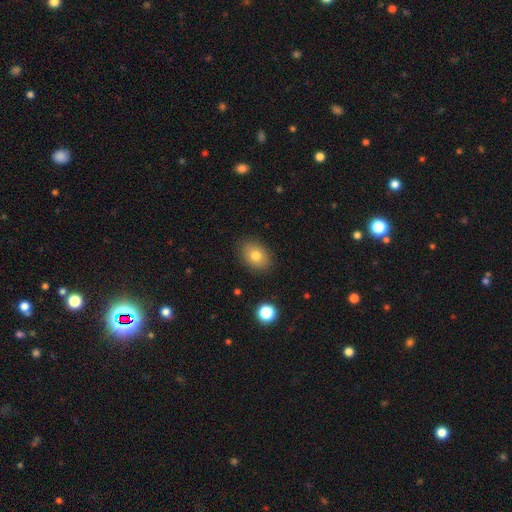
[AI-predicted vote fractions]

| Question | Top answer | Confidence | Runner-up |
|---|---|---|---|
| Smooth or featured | smooth | 78% | featured or disk (12%) |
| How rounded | in between | 70% | round (29%) |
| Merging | none | 86% | minor disturbance (10%) |